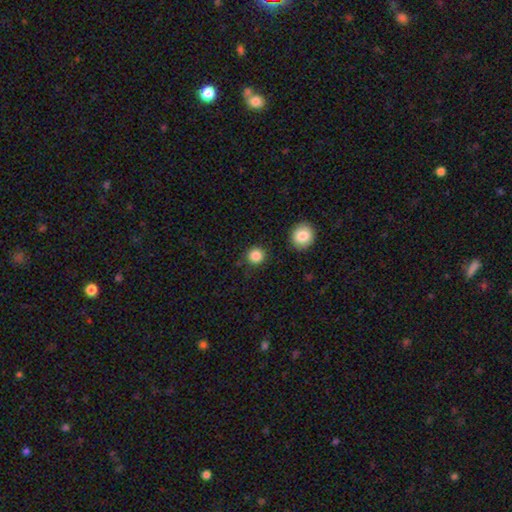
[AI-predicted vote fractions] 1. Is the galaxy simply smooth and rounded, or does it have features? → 86% smooth, 11% star or artifact, 4% featured or disk.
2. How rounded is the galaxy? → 93% round, 7% in between, 1% cigar-shaped.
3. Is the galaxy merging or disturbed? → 88% none, 7% minor disturbance, 3% merger, 2% major disturbance.